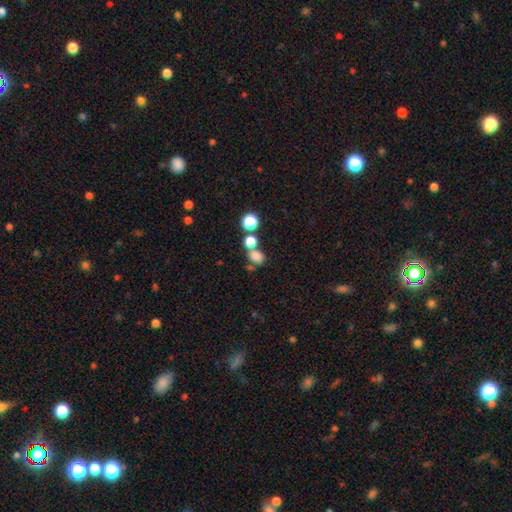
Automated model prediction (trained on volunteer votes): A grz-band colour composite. It shows a smooth galaxy with no disk features (77%) that is round (50%). Merging: none (47%).